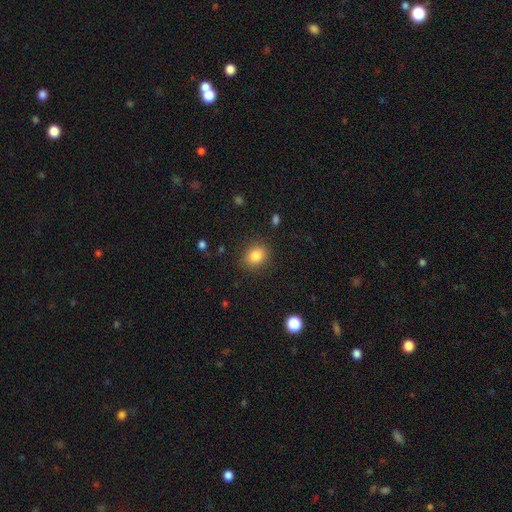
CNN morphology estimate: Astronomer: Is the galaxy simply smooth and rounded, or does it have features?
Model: smooth — 85%.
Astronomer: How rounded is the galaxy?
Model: round — 51% (runner-up: in between, 48%).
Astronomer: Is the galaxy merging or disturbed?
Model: none — 85%.